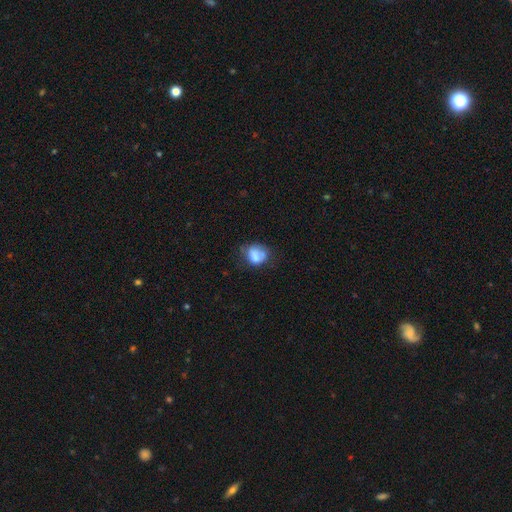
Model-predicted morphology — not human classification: Q: Smooth or featured?
A: smooth (66%); runner-up: featured or disk (24%)
Q: How rounded?
A: round (53%); runner-up: in between (46%)
Q: Merging?
A: none (41%); runner-up: minor disturbance (29%)